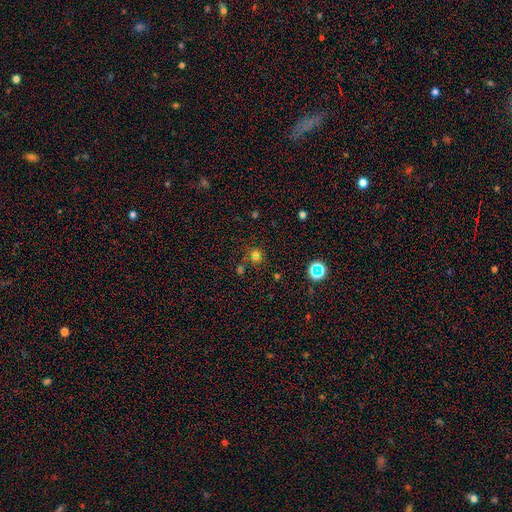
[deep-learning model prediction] smooth 61%, star or artifact 30%, featured or disk 9%. Down the decision tree: how rounded — round (86%); merging — none (61%).